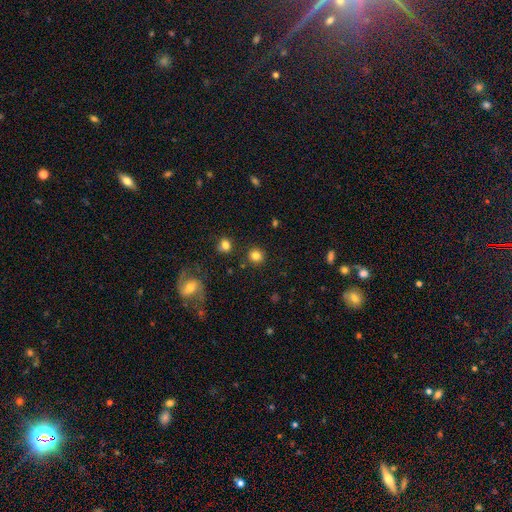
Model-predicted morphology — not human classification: The model was most divided on "smooth or featured": smooth: 81%, star or artifact: 13%, featured or disk: 6%. More confident: how rounded — round (91%); merging — none (88%).